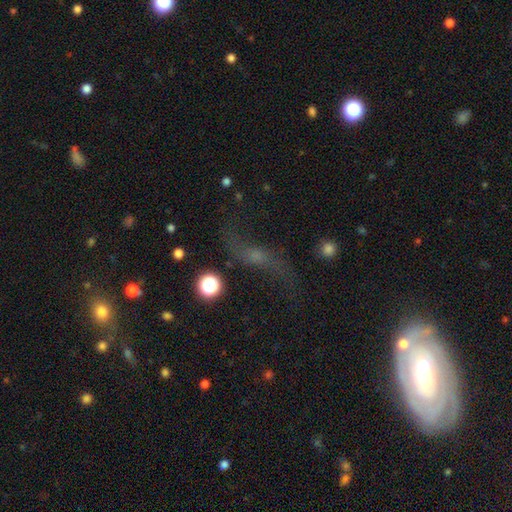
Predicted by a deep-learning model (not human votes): A featured or disk galaxy (64%) with no bar (46%), spiral arms (81%) and a moderate central bulge (41%, tied with small).

Vote fractions:
- Smooth or featured? featured or disk: 64% / star or artifact: 19% / smooth: 17%
- Edge-on disk? no: 84% / yes: 16%
- Bar? no: 46% / weak: 36% / strong: 19%
- Spiral arms? yes: 81% / no: 19%
- Bulge size? moderate: 41% (tied) / small: 41% (tied) / none: 10% / large: 6% / dominant: 3%
- Merging? none: 53% / major disturbance: 22% / minor disturbance: 18% / merger: 7%